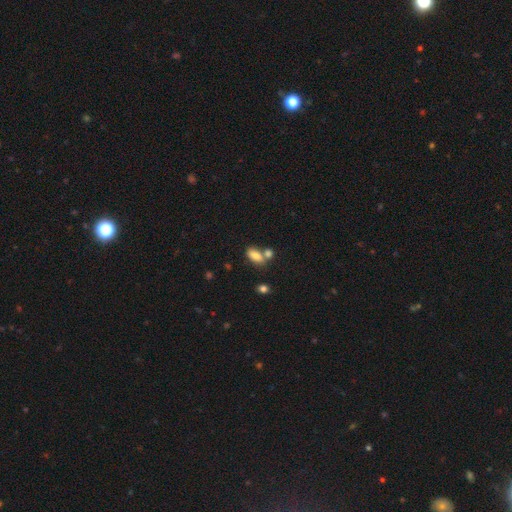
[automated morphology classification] smooth 82%, featured or disk 9%, star or artifact 9%. Down the decision tree: how rounded — in between (89%); merging — none (46%).